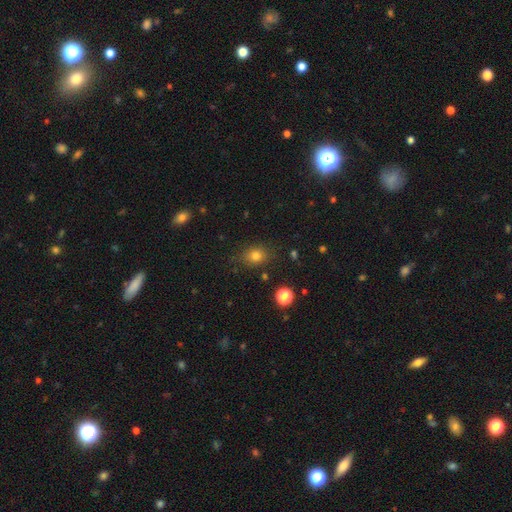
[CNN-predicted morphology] A smooth galaxy with no disk features (78%) that is round (54%).

Vote fractions:
- Smooth or featured? smooth: 78% / star or artifact: 14% / featured or disk: 7%
- How rounded? round: 54% / in between: 44% / cigar-shaped: 1%
- Merging? none: 81% / minor disturbance: 13% / major disturbance: 4% / merger: 2%